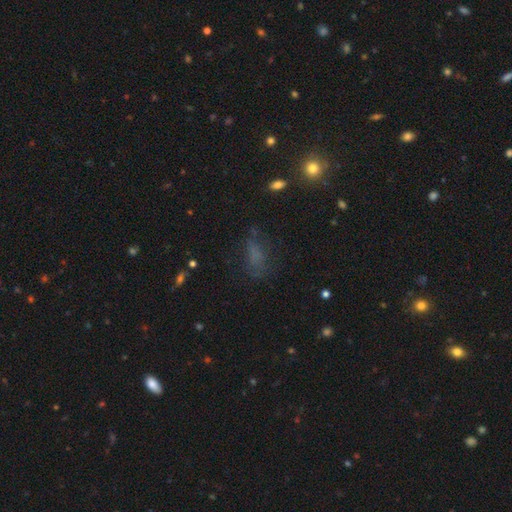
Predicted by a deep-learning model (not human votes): This is possibly a smooth galaxy (57%). How rounded: likely in between (74%). Merging: possibly none (53%).